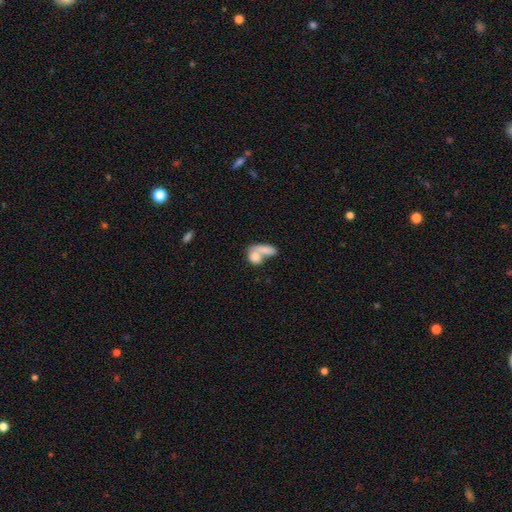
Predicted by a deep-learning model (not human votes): Q: Smooth or featured?
A: smooth (76%); runner-up: featured or disk (17%)
Q: How rounded?
A: in between (66%); runner-up: round (27%)
Q: Merging?
A: merger (66%); runner-up: none (20%)